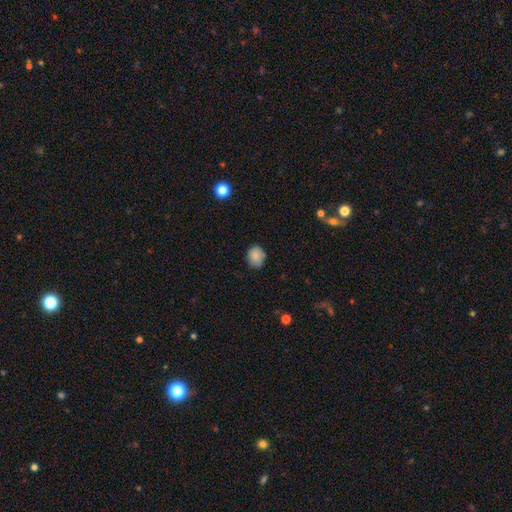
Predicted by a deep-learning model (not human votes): smooth-or-featured: smooth: 86% | star or artifact: 9% | featured or disk: 5%
  how-rounded: round: 62% | in between: 37% | cigar-shaped: 1%
  merging: none: 77% | minor disturbance: 18% | major disturbance: 3% | merger: 1%